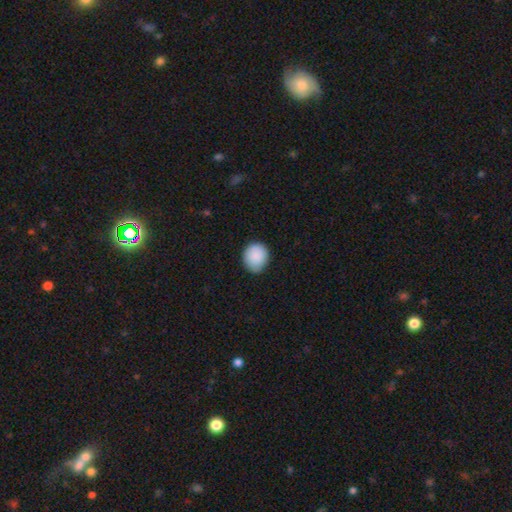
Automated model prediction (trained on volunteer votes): Smooth or featured? Predicted: smooth (p=0.89). How rounded? Predicted: round (p=0.78). Merging? Predicted: none (p=0.80).